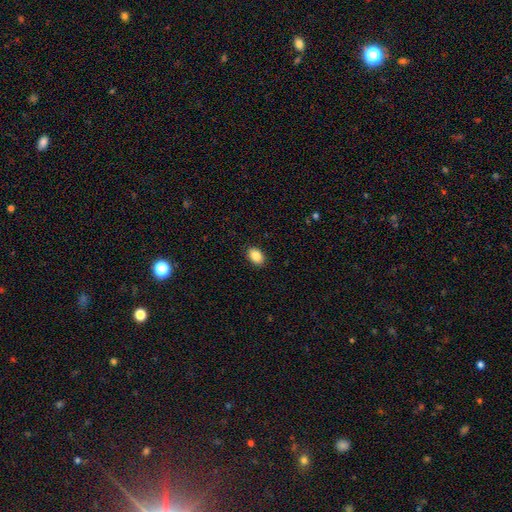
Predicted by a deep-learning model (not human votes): Q: Smooth or featured?
A: smooth (88%); runner-up: star or artifact (8%)
Q: How rounded?
A: in between (85%); runner-up: round (13%)
Q: Merging?
A: none (89%); runner-up: minor disturbance (8%)